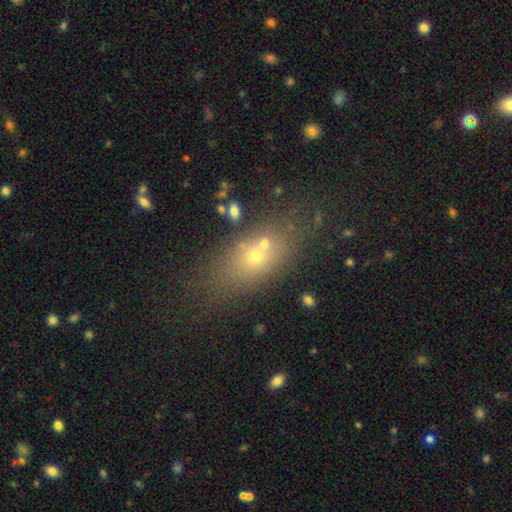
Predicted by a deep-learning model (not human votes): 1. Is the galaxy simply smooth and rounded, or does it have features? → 56% smooth, 25% featured or disk, 20% star or artifact.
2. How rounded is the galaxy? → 70% in between, 19% round, 10% cigar-shaped.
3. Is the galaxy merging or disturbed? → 54% none, 26% merger, 13% minor disturbance, 7% major disturbance.